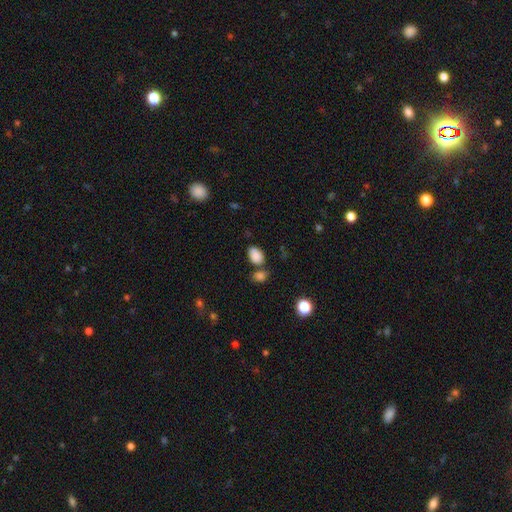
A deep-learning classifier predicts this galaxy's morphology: This is clearly a smooth galaxy (86%). How rounded: clearly in between (85%). Merging: likely none (62%).